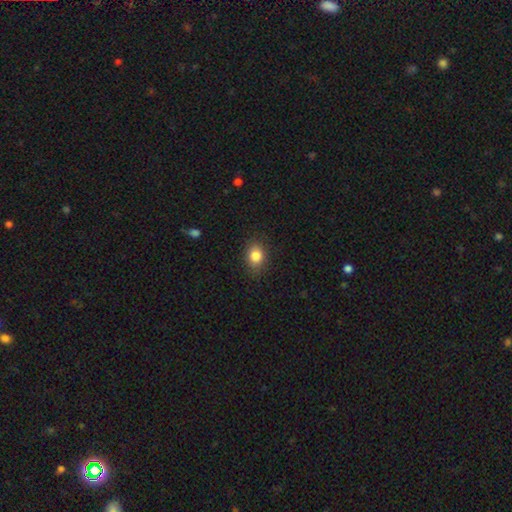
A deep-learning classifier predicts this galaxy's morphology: A smooth galaxy with no disk features (84%) that is in between round and cigar-shaped (62%). Merging: none (85%).